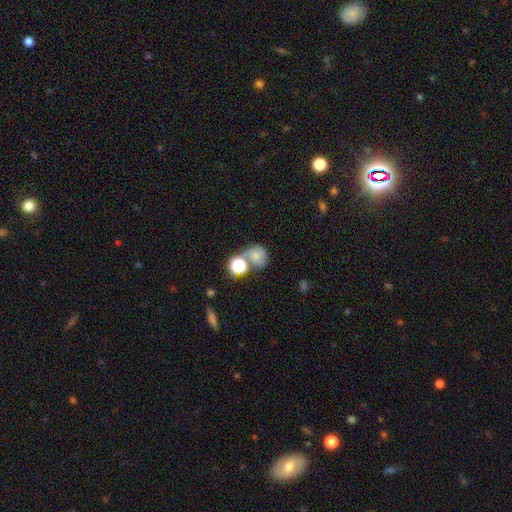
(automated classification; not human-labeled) smooth-or-featured: smooth: 63% | featured or disk: 20% | star or artifact: 17%
  how-rounded: round: 72% | in between: 27% | cigar-shaped: 1%
  merging: none: 41% | merger: 35% | minor disturbance: 15% | major disturbance: 9%